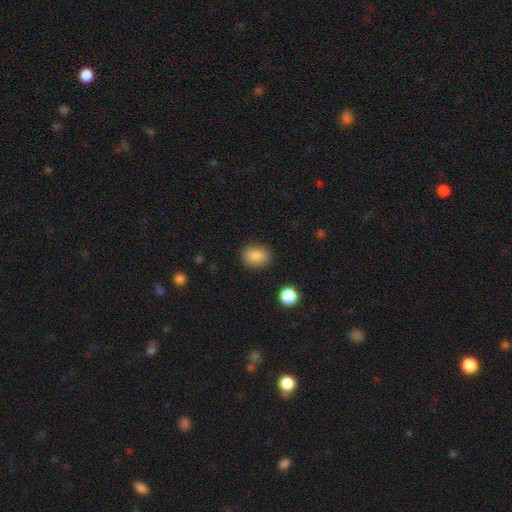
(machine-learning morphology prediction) smooth-or-featured: smooth: 85% | star or artifact: 9% | featured or disk: 6%
  how-rounded: in between: 53% | round: 46% | cigar-shaped: 1%
  merging: none: 85% | minor disturbance: 10% | major disturbance: 3% | merger: 2%